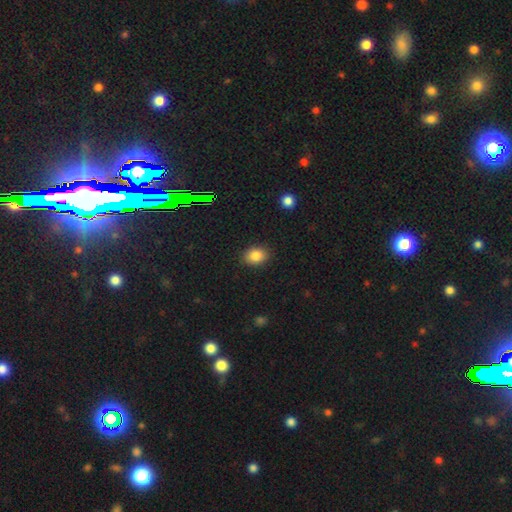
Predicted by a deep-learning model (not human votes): Smooth or featured? smooth (84%)
How rounded? in between (63%)
Merging? none (89%)